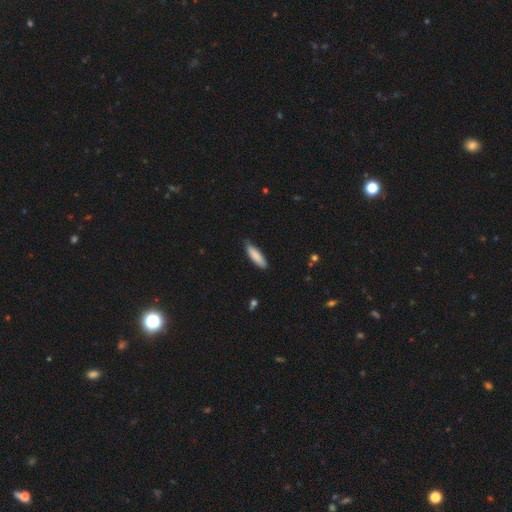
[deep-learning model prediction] Smooth or featured? smooth (86%)
How rounded? cigar-shaped (61%)
Merging? none (80%)